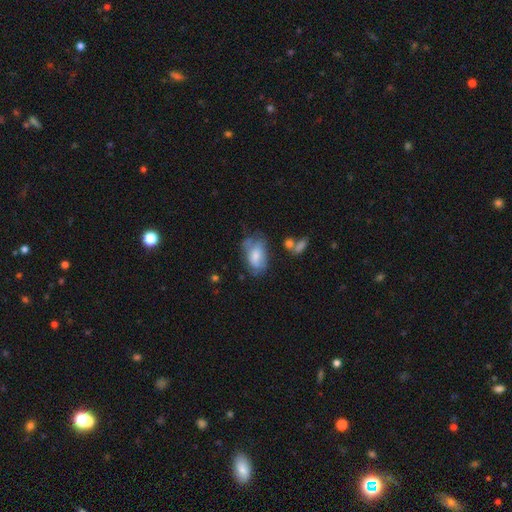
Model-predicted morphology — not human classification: smooth-or-featured: smooth: 63% | featured or disk: 29% | star or artifact: 8%
  how-rounded: in between: 90% | round: 8% | cigar-shaped: 2%
  merging: none: 40% | minor disturbance: 32% | major disturbance: 20% | merger: 7%